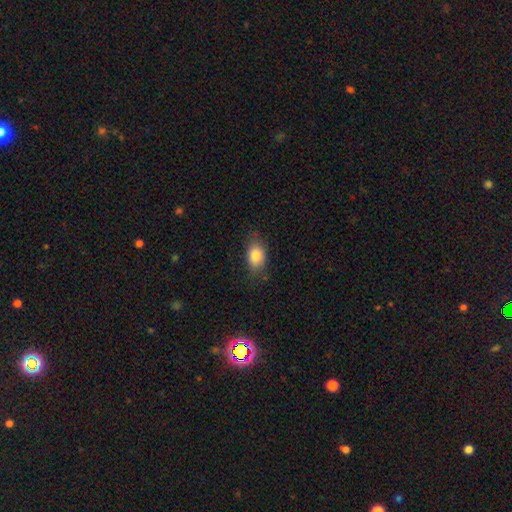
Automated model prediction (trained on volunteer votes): Smooth or featured: smooth — 85% (star or artifact — 8%)
How rounded: in between — 84% (round — 14%)
Merging: none — 76% (minor disturbance — 18%)